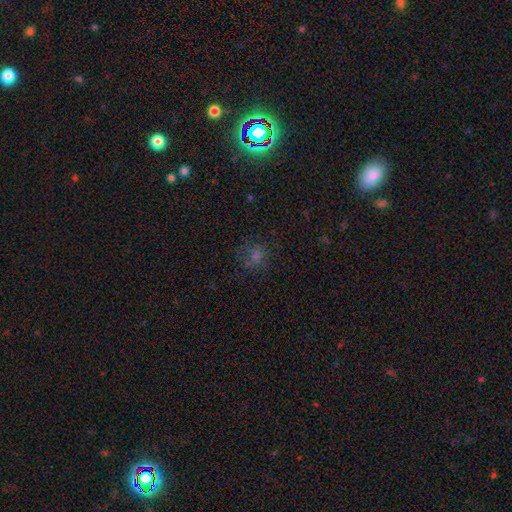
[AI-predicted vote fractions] smooth-or-featured: smooth: 43% | star or artifact: 41% | featured or disk: 16%
  merging: none: 72% | minor disturbance: 16% | major disturbance: 9% | merger: 3%